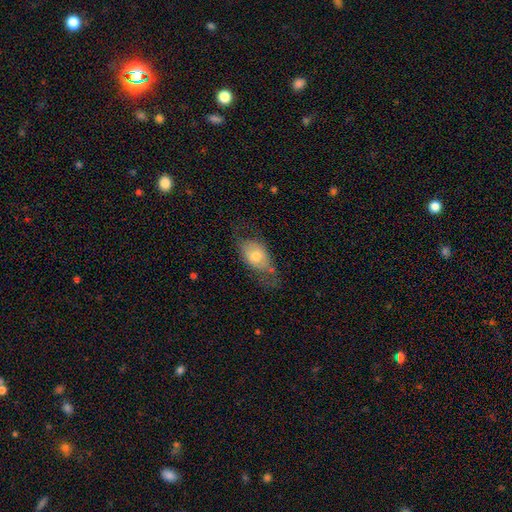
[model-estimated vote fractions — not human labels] Overall: smooth (57%; featured or disk 36%). How rounded: in between (85%). Merging: none (47%; minor disturbance 28%).